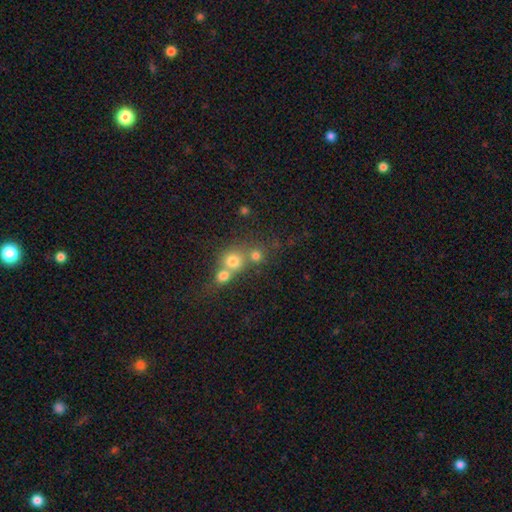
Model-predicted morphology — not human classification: Smooth or featured?
  - smooth: 73% *
  - star or artifact: 17%
  - featured or disk: 10%
How rounded?
  - round: 87% *
  - in between: 12%
  - cigar-shaped: 1%
Merging?
  - none: 49% *
  - merger: 41%
  - minor disturbance: 6%
  - major disturbance: 4%